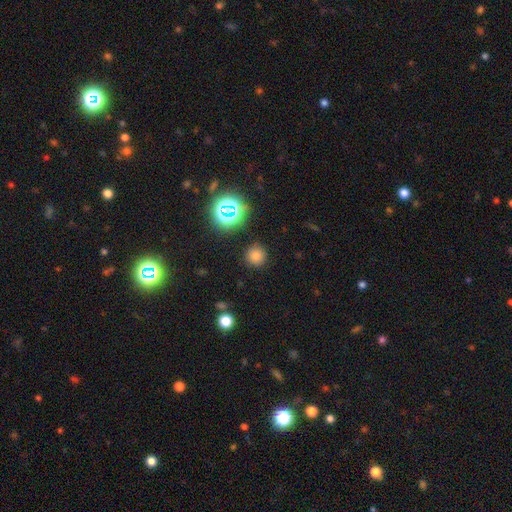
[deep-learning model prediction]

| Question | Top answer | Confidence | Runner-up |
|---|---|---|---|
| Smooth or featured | smooth | 73% | star or artifact (21%) |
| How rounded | round | 94% | in between (5%) |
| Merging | none | 88% | minor disturbance (7%) |